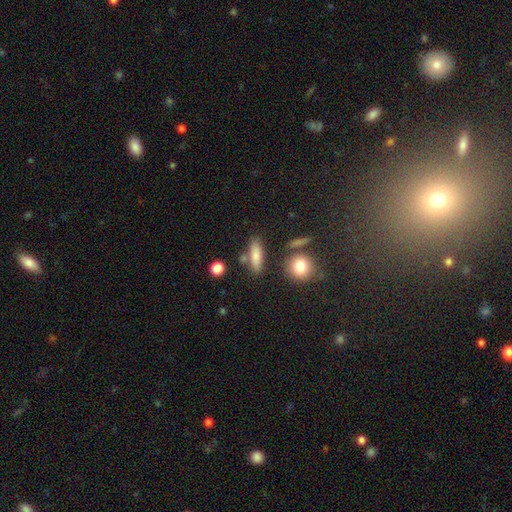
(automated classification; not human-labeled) smooth 77%, featured or disk 14%, star or artifact 9%. Down the decision tree: how rounded — in between (49%); merging — none (73%).